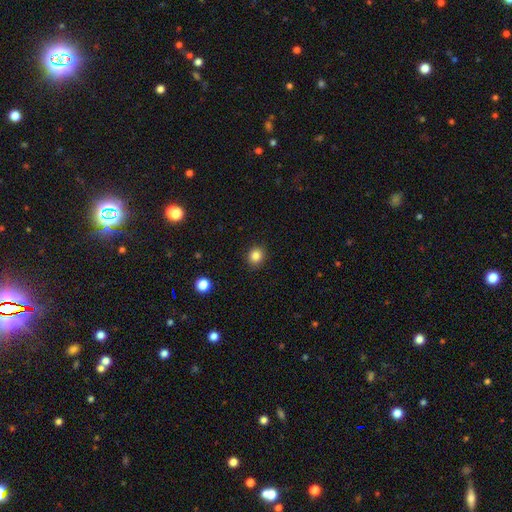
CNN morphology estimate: smooth-or-featured: smooth: 84% | star or artifact: 11% | featured or disk: 4%
  how-rounded: round: 81% | in between: 18% | cigar-shaped: 1%
  merging: none: 90% | minor disturbance: 7% | major disturbance: 2% | merger: 1%